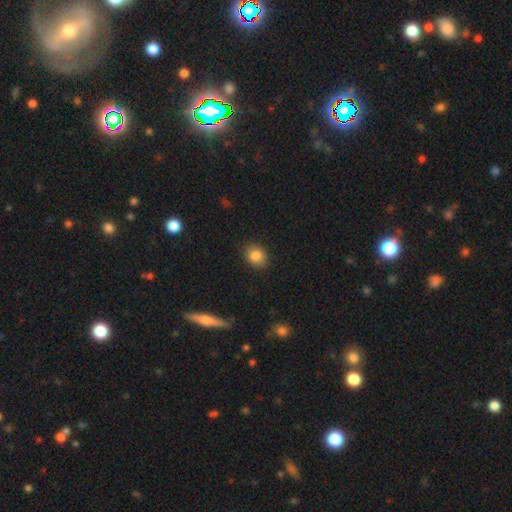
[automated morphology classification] Q: Smooth or featured?
A: smooth (84%); runner-up: star or artifact (9%)
Q: How rounded?
A: in between (51%); runner-up: round (48%)
Q: Merging?
A: none (84%); runner-up: minor disturbance (12%)